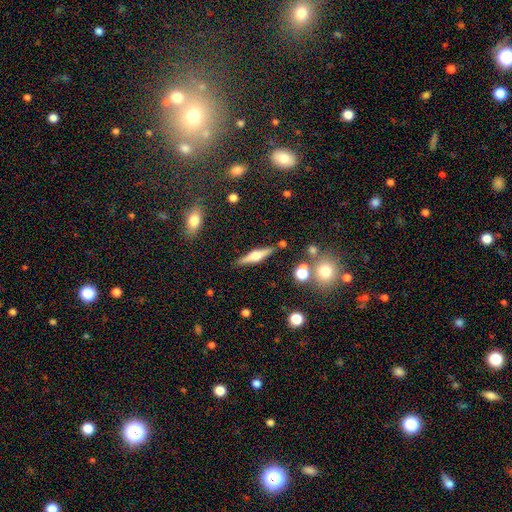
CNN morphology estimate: Smooth or featured? featured or disk (67%)
Edge-on disk? yes (96%)
Edge-on bulge? rounded (92%)
Merging? none (85%)